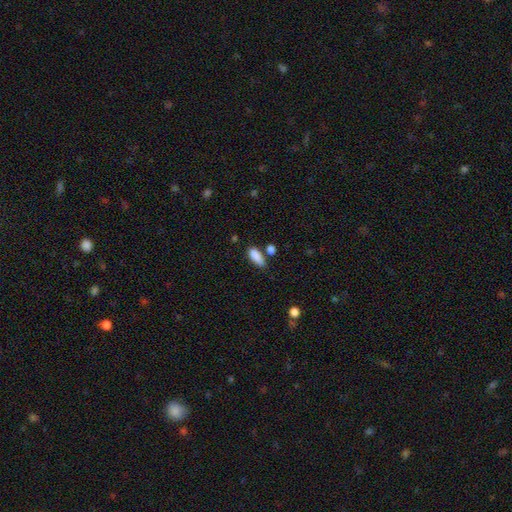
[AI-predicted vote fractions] This is clearly a smooth galaxy (86%). How rounded: likely in between (77%). Merging: possibly none (59%).